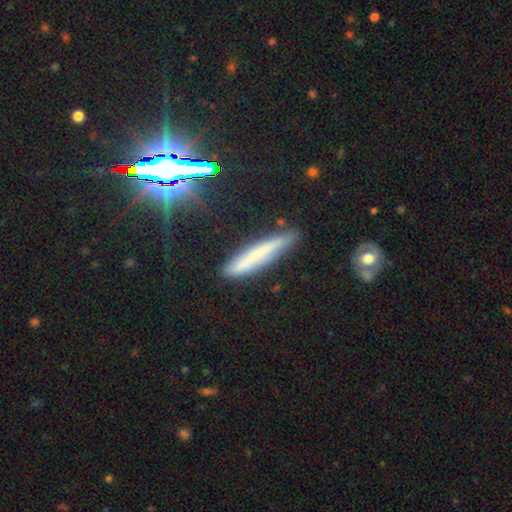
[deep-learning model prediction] Overall: smooth (60%; featured or disk 27%). How rounded: cigar-shaped (92%). Merging: none (78%).